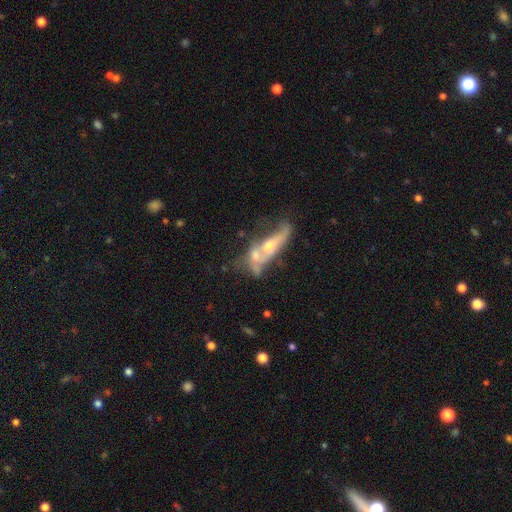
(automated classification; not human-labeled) Smooth or featured? featured or disk (56%)
Edge-on disk? no (70%)
Merging? merger (57%)